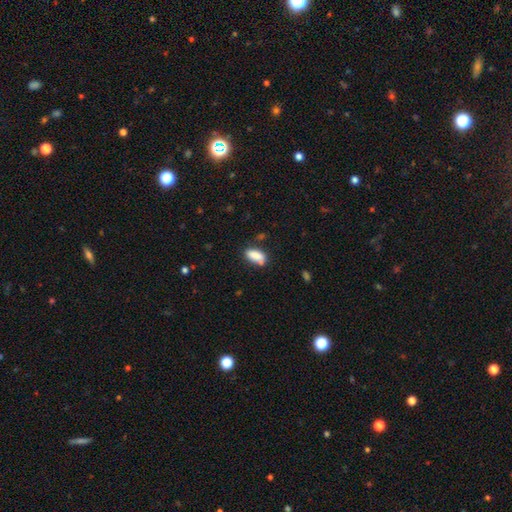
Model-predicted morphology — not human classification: smooth-or-featured: smooth: 85% | star or artifact: 8% | featured or disk: 7%
  how-rounded: in between: 86% | cigar-shaped: 10% | round: 4%
  merging: none: 63% | minor disturbance: 21% | merger: 11% | major disturbance: 5%